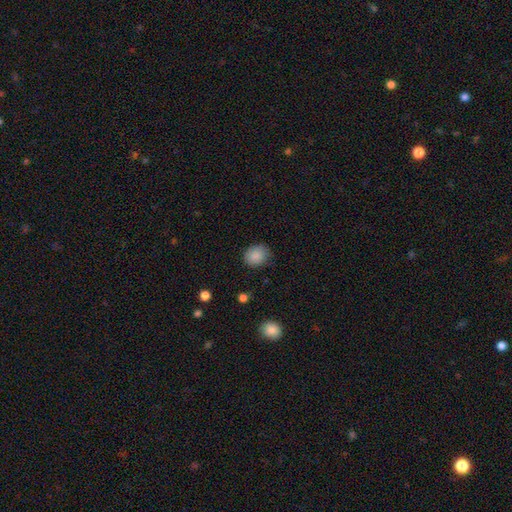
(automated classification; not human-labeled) Morphology: type=smooth (87%); roundness=round (64%); merging=none (77%).